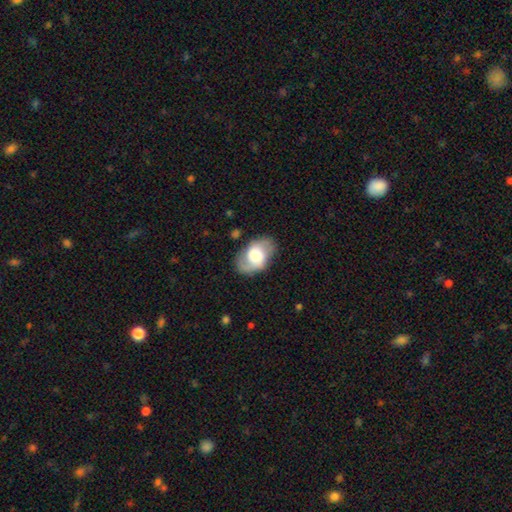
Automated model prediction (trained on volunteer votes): smooth_or_featured: featured or disk (p=0.54) [alt: smooth p=0.39]
disk_edge_on: no (p=0.95) [alt: yes p=0.05]
bar: no (p=0.56) [alt: weak p=0.33]
has_spiral_arms: yes (p=0.79) [alt: no p=0.21]
bulge_size: large (p=0.49) [alt: moderate p=0.20]
merging: none (p=0.75) [alt: minor disturbance p=0.16]